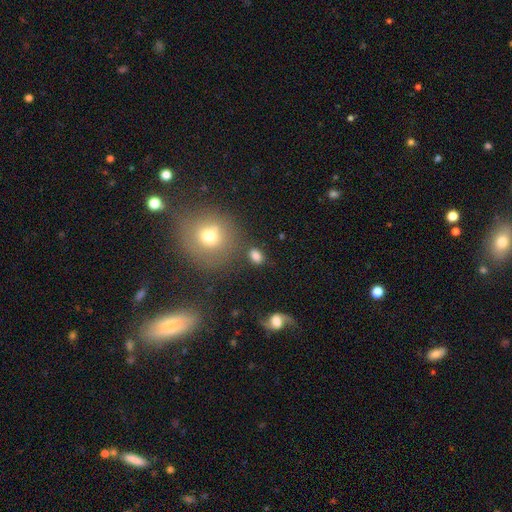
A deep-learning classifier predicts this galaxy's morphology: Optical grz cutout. It shows a smooth galaxy with no disk features (81%) that is in between round and cigar-shaped (72%). Merging: none (73%).